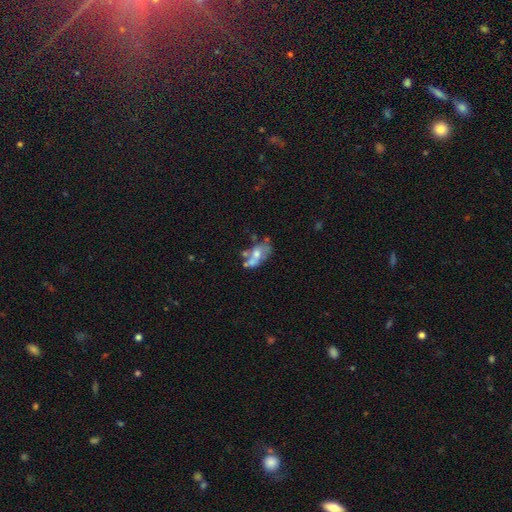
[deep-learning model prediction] A featured or disk galaxy (49%). Merging: merger (39%).